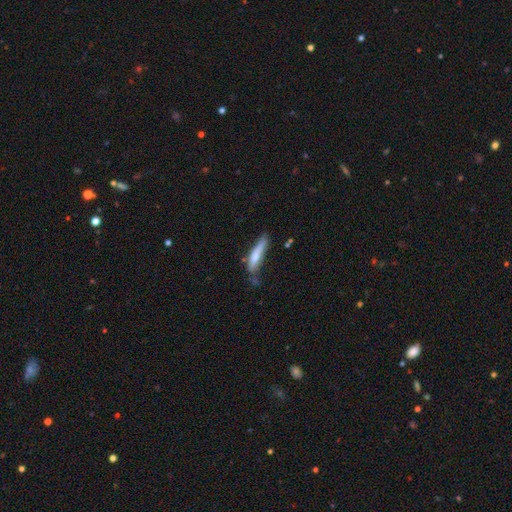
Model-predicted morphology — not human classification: The model was most divided on "merging": none: 55%, minor disturbance: 30%, major disturbance: 9%, merger: 6%. More confident: how rounded — cigar-shaped (85%); smooth or featured — smooth (62%).